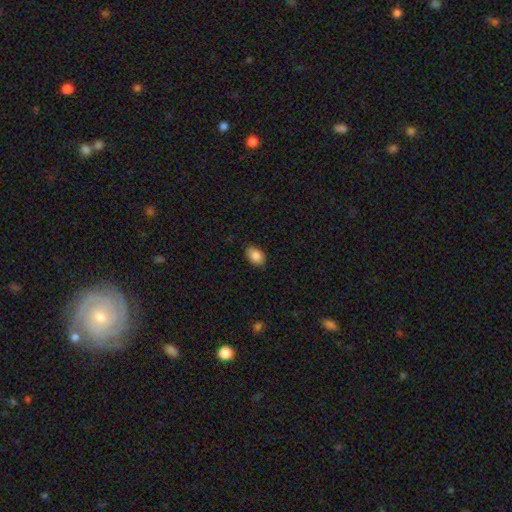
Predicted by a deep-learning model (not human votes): Smooth or featured? Predicted: smooth (p=0.88). How rounded? Predicted: in between (p=0.85). Merging? Predicted: none (p=0.84).